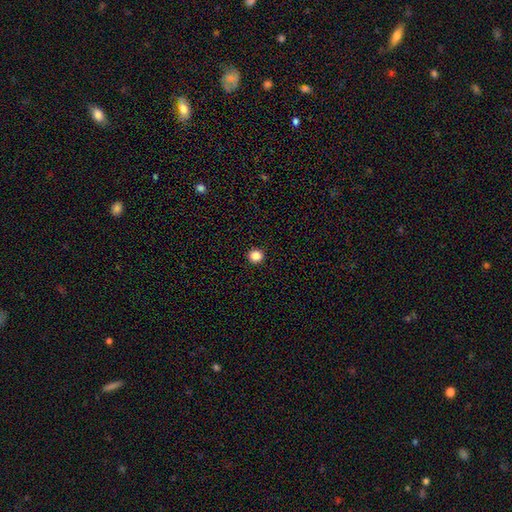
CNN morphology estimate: Overall: smooth (87%). How rounded: round (93%). Merging: none (93%).